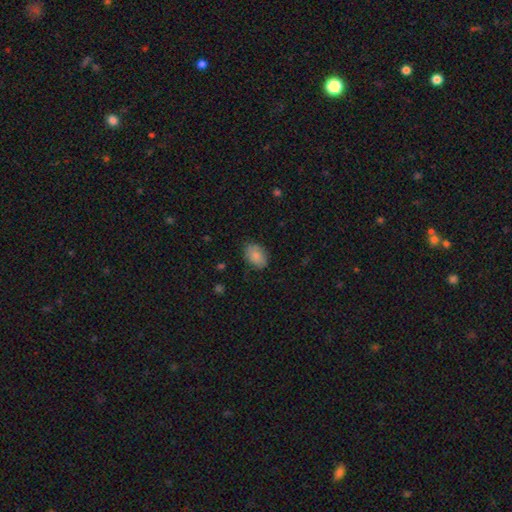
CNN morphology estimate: Smooth or featured: smooth — 85% (featured or disk — 9%)
How rounded: in between — 82% (round — 17%)
Merging: none — 80% (minor disturbance — 15%)